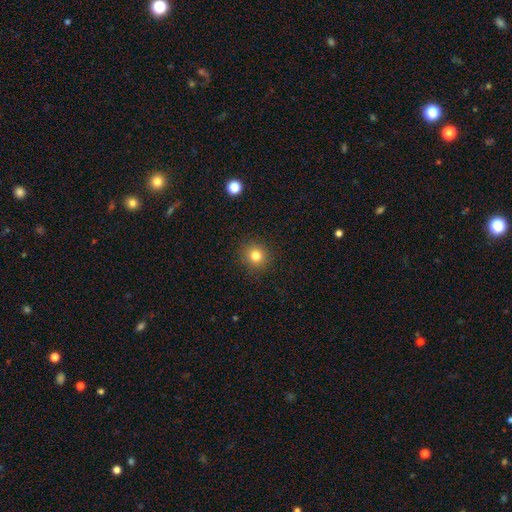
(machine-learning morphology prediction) smooth 81%, star or artifact 12%, featured or disk 6%. Down the decision tree: how rounded — round (91%); merging — none (90%).